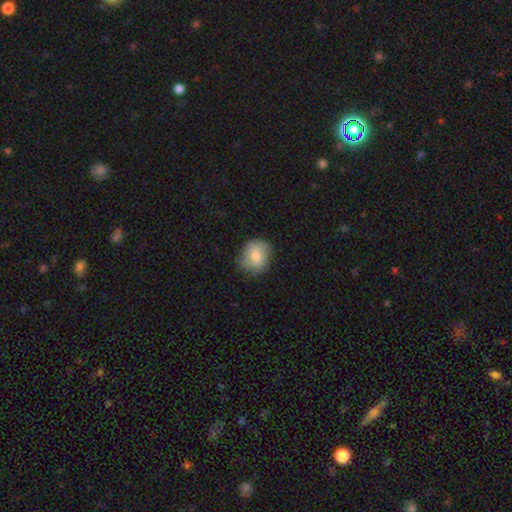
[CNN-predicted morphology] Q: Smooth or featured?
A: smooth (76%); runner-up: featured or disk (16%)
Q: How rounded?
A: round (70%); runner-up: in between (29%)
Q: Merging?
A: none (72%); runner-up: minor disturbance (22%)